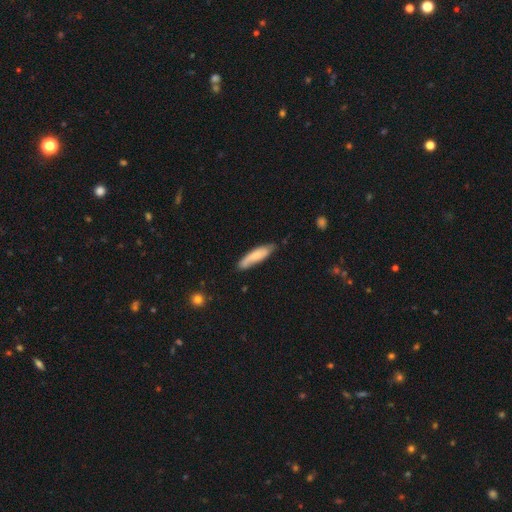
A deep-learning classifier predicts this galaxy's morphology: smooth 67%, featured or disk 27%, star or artifact 6%. Down the decision tree: how rounded — cigar-shaped (70%); merging — none (71%).